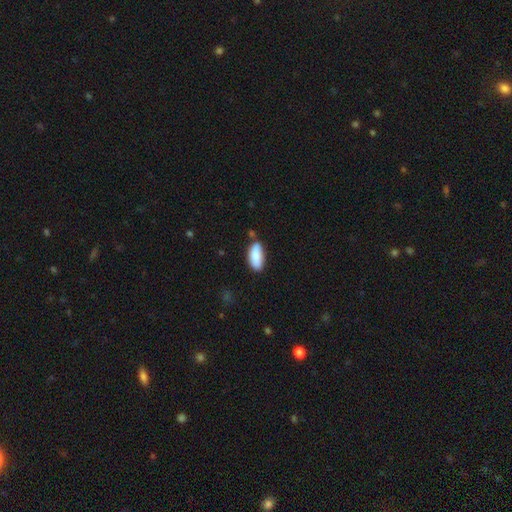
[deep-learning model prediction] Smooth or featured? Predicted: smooth (p=0.87). How rounded? Predicted: in between (p=0.84). Merging? Predicted: none (p=0.71).